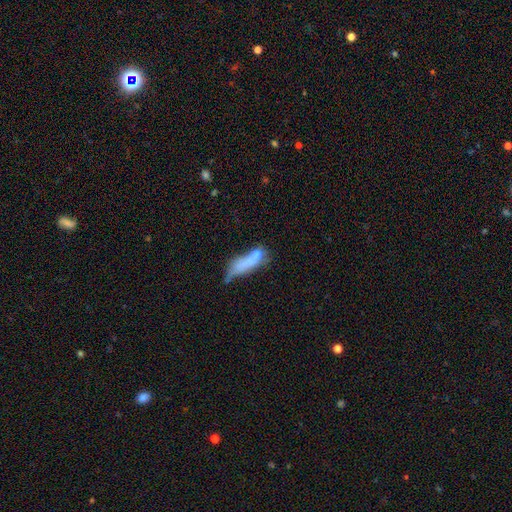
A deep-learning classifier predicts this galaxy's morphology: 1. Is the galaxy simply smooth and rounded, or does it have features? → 62% smooth, 28% featured or disk, 10% star or artifact.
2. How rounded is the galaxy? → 55% cigar-shaped, 42% in between, 3% round.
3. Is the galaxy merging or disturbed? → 29% none, 28% merger, 23% minor disturbance, 20% major disturbance.